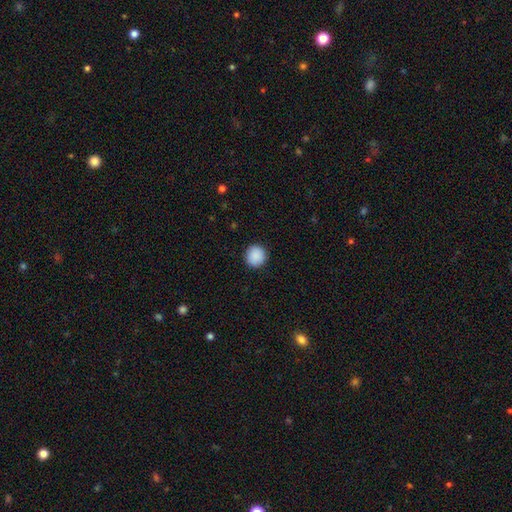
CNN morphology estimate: smooth 90%, star or artifact 8%, featured or disk 3%. Down the decision tree: how rounded — round (93%); merging — none (91%).